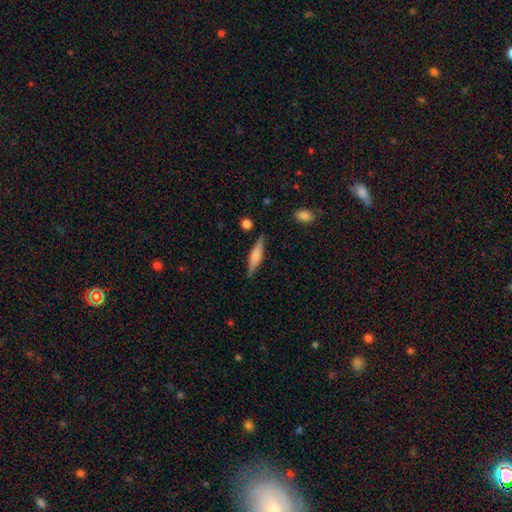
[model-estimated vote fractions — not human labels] Morphology: type=smooth (47%, tied with featured or disk); merging=none (85%).